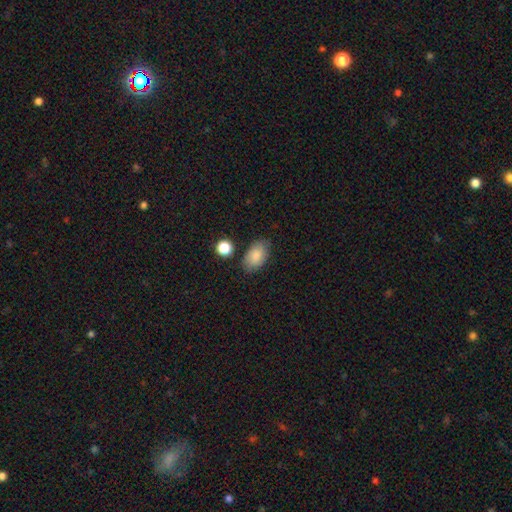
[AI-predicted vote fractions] A smooth galaxy with no disk features (85%) that is in between round and cigar-shaped (91%).

Vote fractions:
- Smooth or featured? smooth: 85% / featured or disk: 8% / star or artifact: 7%
- How rounded? in between: 91% / round: 8% / cigar-shaped: 1%
- Merging? none: 77% / minor disturbance: 15% / merger: 4% / major disturbance: 4%